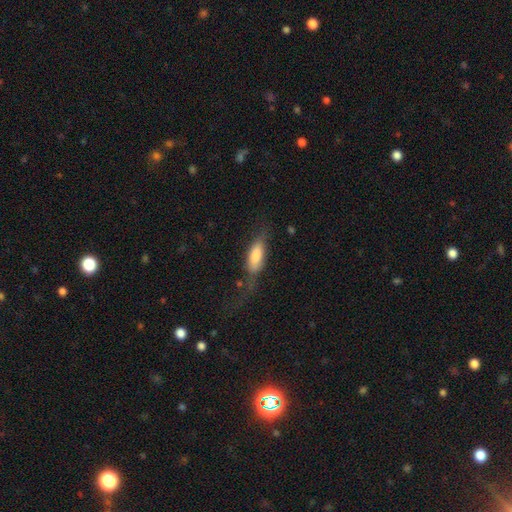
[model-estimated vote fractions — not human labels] smooth 68%, featured or disk 25%, star or artifact 7%. Down the decision tree: how rounded — in between (64%); merging — none (41%).